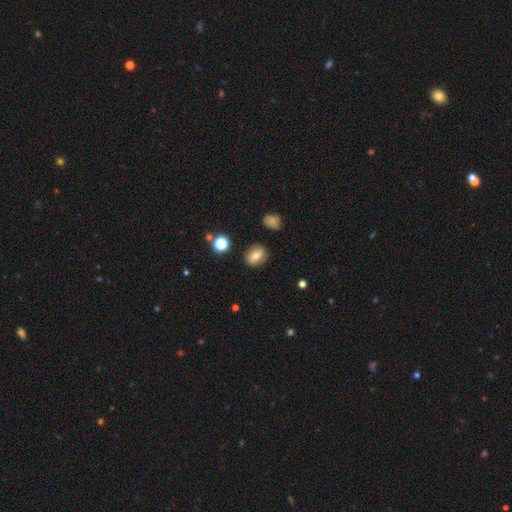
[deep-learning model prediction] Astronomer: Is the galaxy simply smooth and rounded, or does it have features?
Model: smooth — 67%.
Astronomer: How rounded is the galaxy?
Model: round — 53% (runner-up: in between, 45%).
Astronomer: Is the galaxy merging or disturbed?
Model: none — 85%.